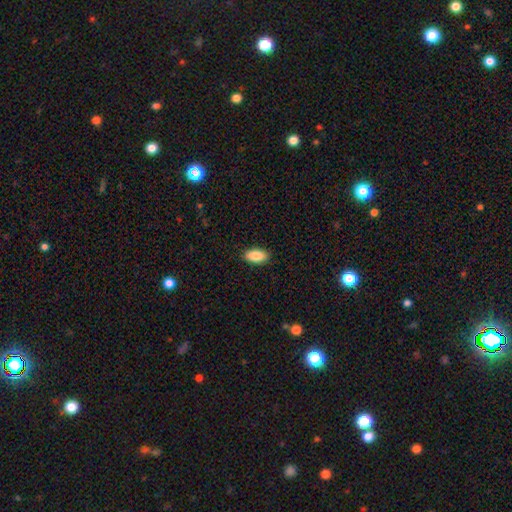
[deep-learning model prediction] Smooth or featured? smooth (88%)
How rounded? in between (91%)
Merging? none (90%)